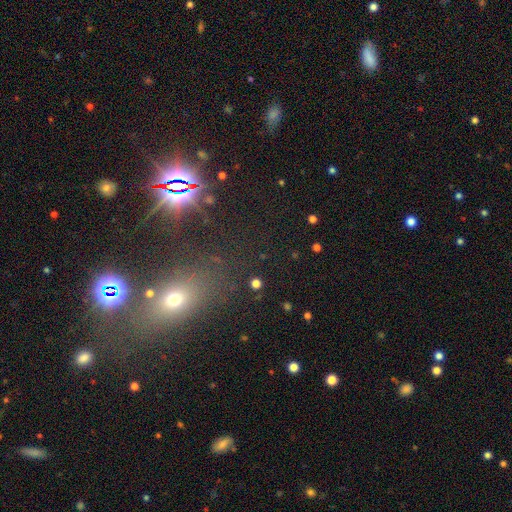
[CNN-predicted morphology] This appears to be a star or artifact, not a galaxy (45%).